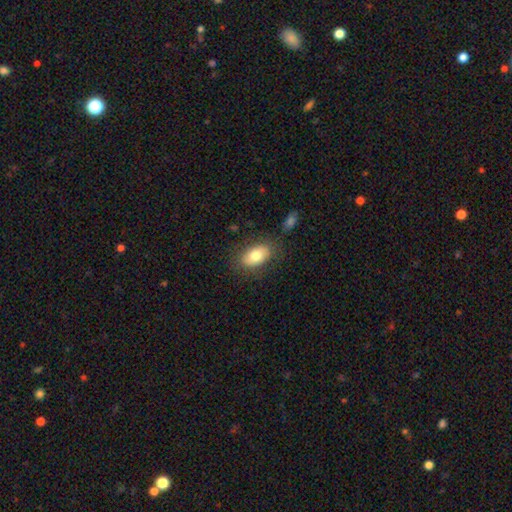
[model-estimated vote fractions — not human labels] Smooth or featured? smooth (76%)
How rounded? in between (90%)
Merging? none (78%)